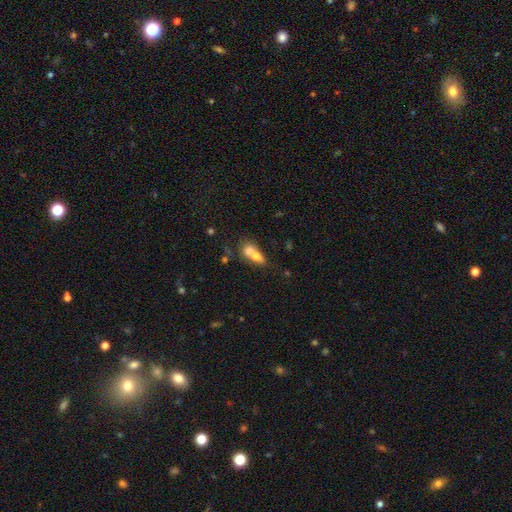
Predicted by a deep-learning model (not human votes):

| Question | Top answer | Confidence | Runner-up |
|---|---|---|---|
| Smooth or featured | smooth | 68% | featured or disk (22%) |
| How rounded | in between | 62% | round (31%) |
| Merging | merger | 72% | none (17%) |